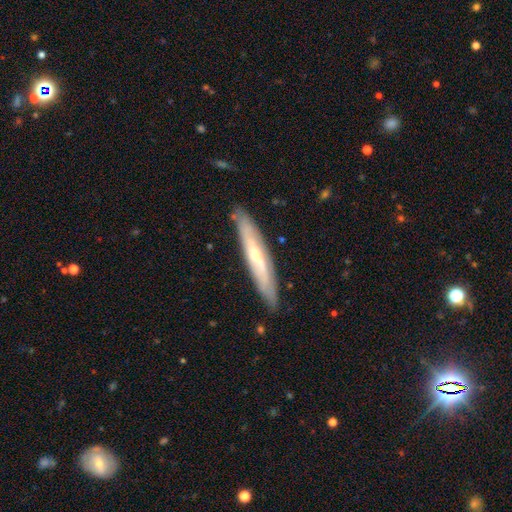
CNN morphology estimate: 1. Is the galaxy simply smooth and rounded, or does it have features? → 61% featured or disk, 33% smooth, 6% star or artifact.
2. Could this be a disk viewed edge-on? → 71% yes, 29% no.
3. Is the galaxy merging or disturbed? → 84% none, 12% minor disturbance, 2% major disturbance, 1% merger.